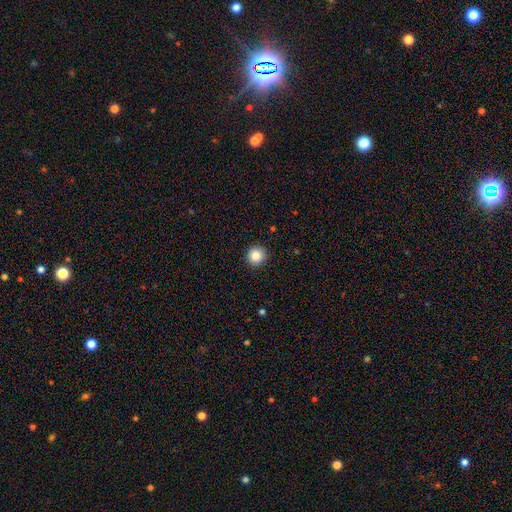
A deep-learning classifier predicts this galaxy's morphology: Smooth or featured? Predicted: smooth (p=0.87). How rounded? Predicted: round (p=0.95). Merging? Predicted: none (p=0.92).